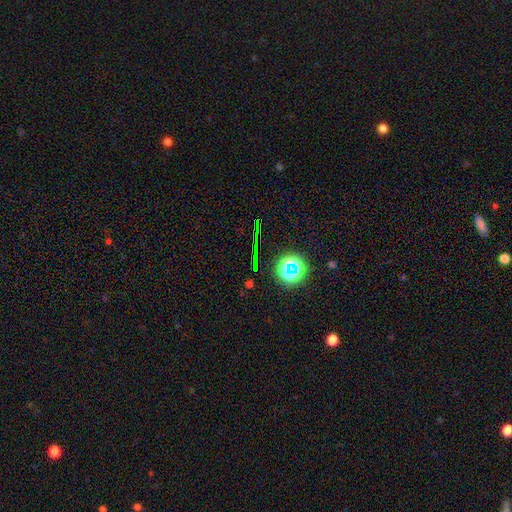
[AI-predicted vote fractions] A star or artifact, not a galaxy (70%).